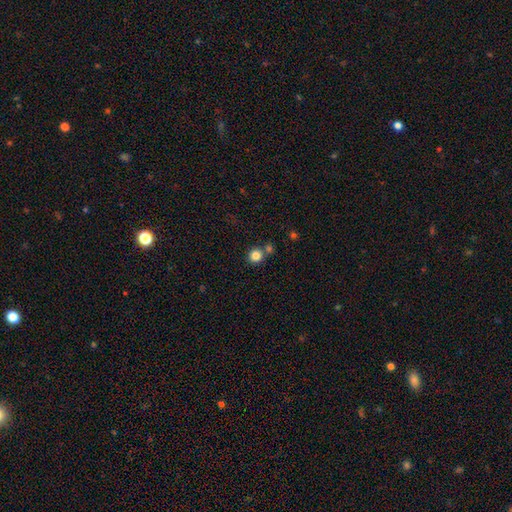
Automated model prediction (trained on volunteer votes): Morphology: type=smooth (83%); roundness=round (92%); merging=none (71%).